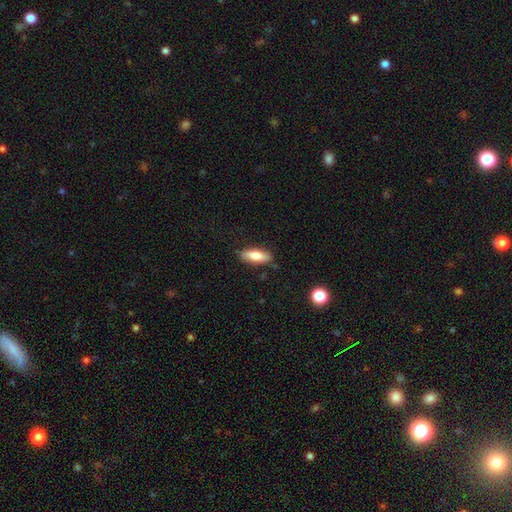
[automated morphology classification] type=smooth (75%); roundness=in between (66%); merging=none (84%).